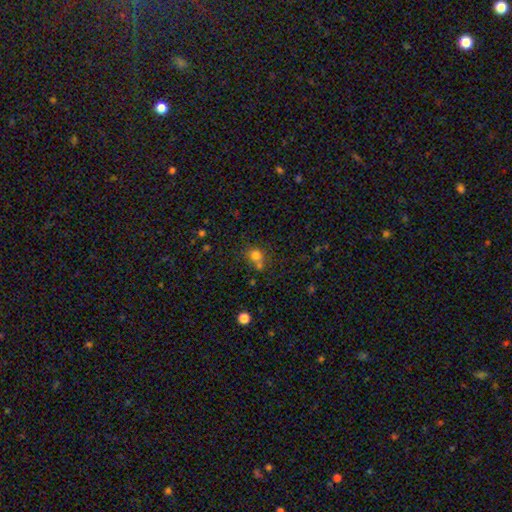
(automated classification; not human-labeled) Smooth or featured? Predicted: smooth (p=0.75). How rounded? Predicted: round (p=0.78). Merging? Predicted: none (p=0.51).